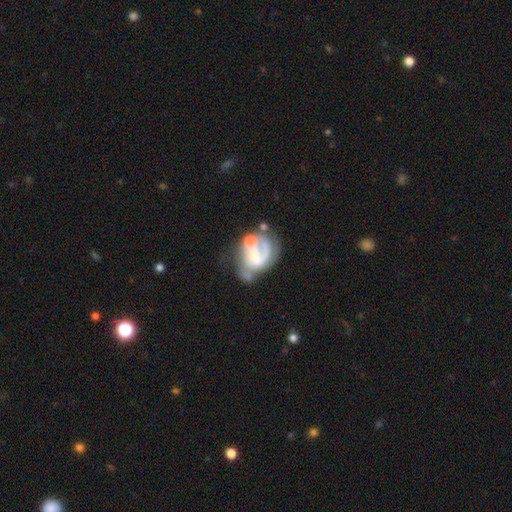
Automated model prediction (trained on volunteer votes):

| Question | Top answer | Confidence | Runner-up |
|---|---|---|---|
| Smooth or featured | featured or disk | 72% | smooth (21%) |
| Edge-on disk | no | 98% | yes (2%) |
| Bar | no | 57% | weak (34%) |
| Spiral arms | yes | 77% | no (23%) |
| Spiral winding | medium | 41% | tight (31%) |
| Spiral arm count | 1 | 44% | 2 (34%) |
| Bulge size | small | 42% | moderate (35%) |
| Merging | none | 33% | major disturbance (27%) |